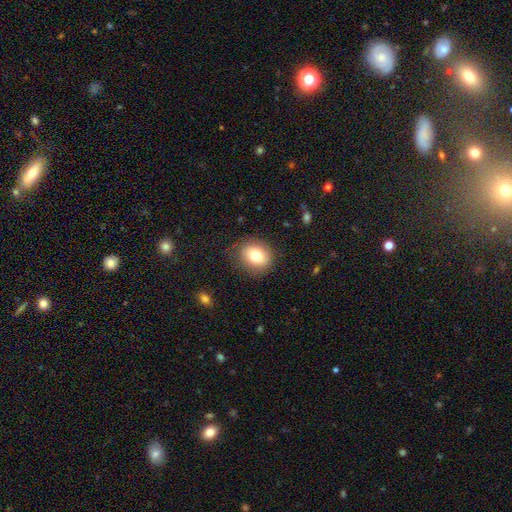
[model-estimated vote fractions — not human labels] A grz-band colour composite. It shows a smooth galaxy with no disk features (81%) that is round (59%). Merging: none (82%).